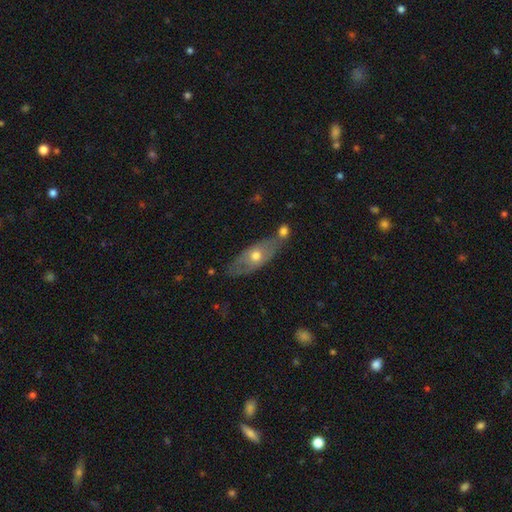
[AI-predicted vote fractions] Overall: smooth (48%; featured or disk 46%). Merging: none (56%; minor disturbance 21%).